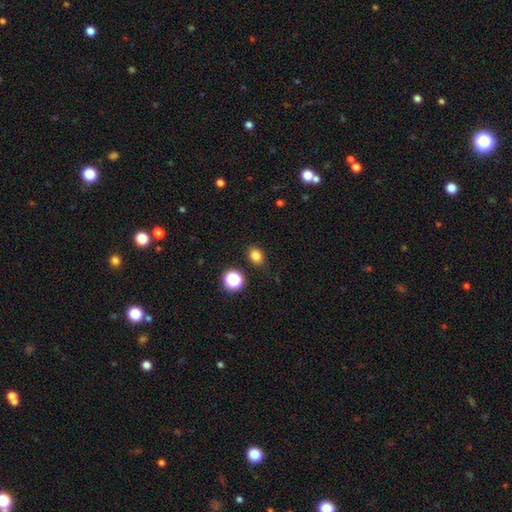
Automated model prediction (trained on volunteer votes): smooth-or-featured: smooth: 81% | star or artifact: 14% | featured or disk: 5%
  how-rounded: in between: 54% | round: 45% | cigar-shaped: 1%
  merging: none: 85% | minor disturbance: 10% | major disturbance: 3% | merger: 2%